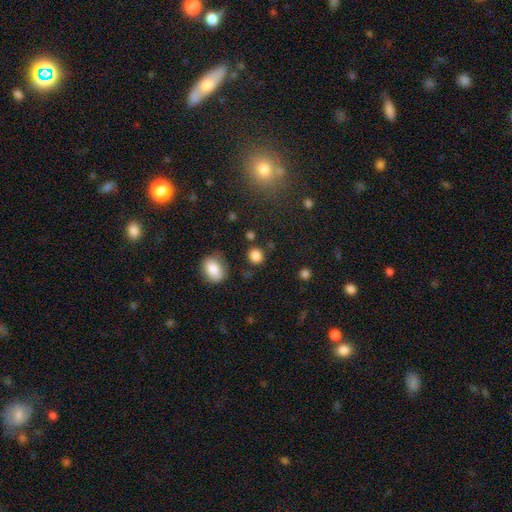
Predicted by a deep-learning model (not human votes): smooth_or_featured: smooth (p=0.84) [alt: star or artifact p=0.11]
how_rounded: round (p=0.82) [alt: in between p=0.17]
merging: none (p=0.83) [alt: minor disturbance p=0.09]